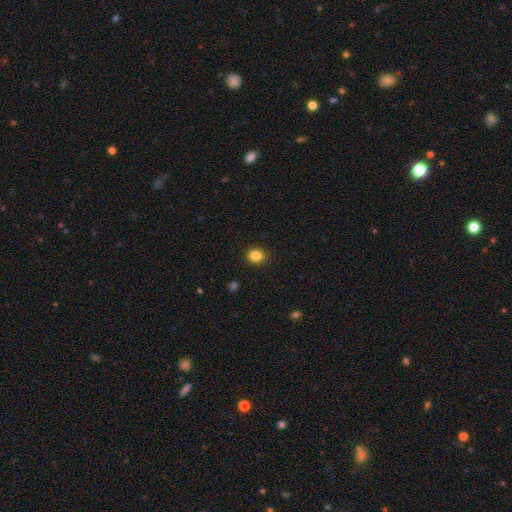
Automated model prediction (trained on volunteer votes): smooth 85%, star or artifact 11%, featured or disk 4%. Down the decision tree: how rounded — round (66%); merging — none (89%).